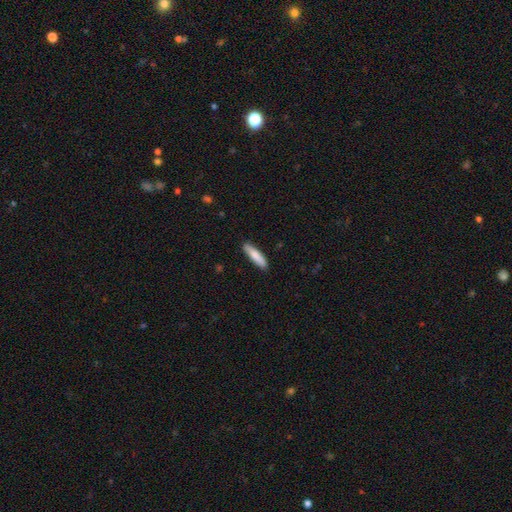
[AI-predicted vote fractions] A smooth galaxy with no disk features (82%) that is cigar-shaped (76%). Merging: none (89%).